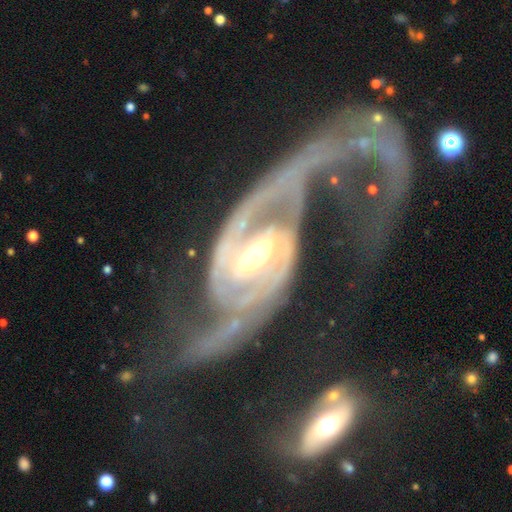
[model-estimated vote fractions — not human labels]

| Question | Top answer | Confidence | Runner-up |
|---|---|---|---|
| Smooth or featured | featured or disk | 92% | star or artifact (4%) |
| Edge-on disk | no | 96% | yes (4%) |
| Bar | strong | 48% | weak (36%) |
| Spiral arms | yes | 96% | no (4%) |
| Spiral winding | medium | 42% | loose (40%) |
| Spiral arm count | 2 | 88% | can't tell (3%) |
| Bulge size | moderate | 64% | small (20%) |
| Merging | major disturbance | 42% | none (34%) |